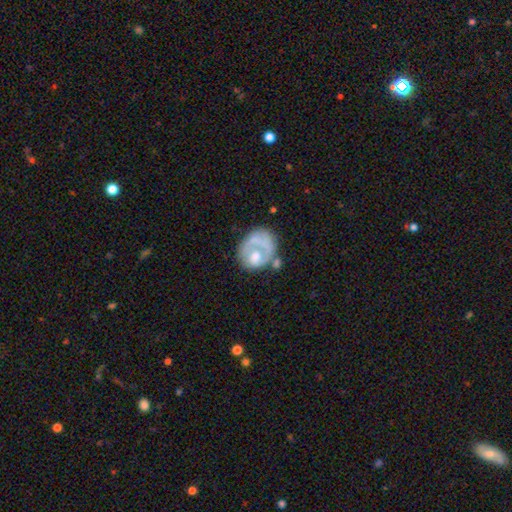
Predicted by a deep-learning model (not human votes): smooth-or-featured: featured or disk: 53% | smooth: 40% | star or artifact: 8%
  disk-edge-on: no: 98% | yes: 2%
    bar: no: 85% | weak: 12% | strong: 3%
    has-spiral-arms: no: 68% | yes: 32%
    bulge-size: moderate: 43% | none: 24% | small: 18% | large: 12% | dominant: 3%
  merging: none: 41% | major disturbance: 26% | minor disturbance: 20% | merger: 13%